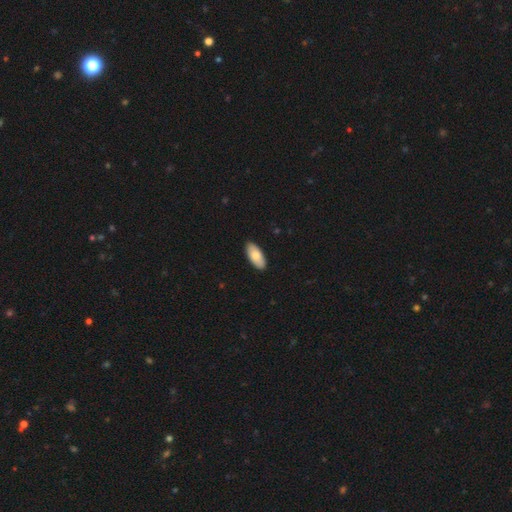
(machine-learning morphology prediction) A smooth galaxy with no disk features (82%) that is in between round and cigar-shaped (90%).

Vote fractions:
- Smooth or featured? smooth: 82% / featured or disk: 13% / star or artifact: 5%
- How rounded? in between: 90% / cigar-shaped: 8% / round: 2%
- Merging? none: 90% / minor disturbance: 8% / major disturbance: 1% / merger: 1%